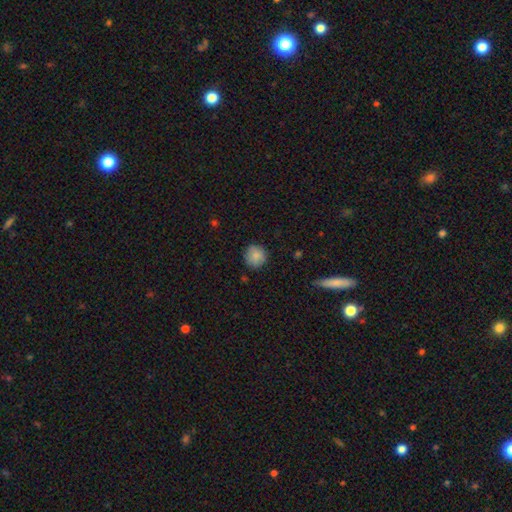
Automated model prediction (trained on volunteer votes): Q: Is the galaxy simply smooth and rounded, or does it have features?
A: smooth — 86%.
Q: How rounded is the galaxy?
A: round — 93%.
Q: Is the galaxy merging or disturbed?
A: none — 87%.